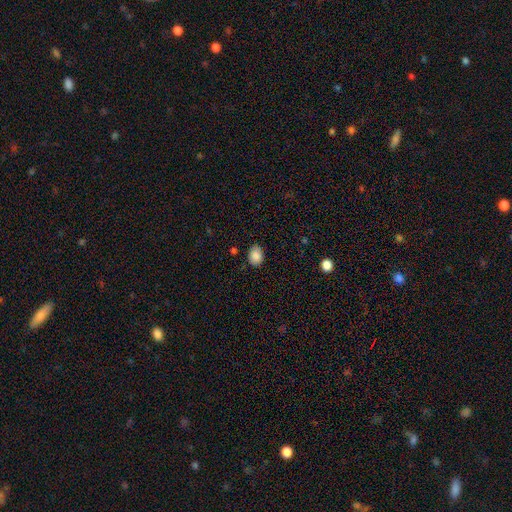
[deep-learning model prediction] smooth-or-featured: smooth: 86% | star or artifact: 8% | featured or disk: 6%
  how-rounded: in between: 65% | round: 34% | cigar-shaped: 1%
  merging: none: 78% | minor disturbance: 18% | major disturbance: 3% | merger: 2%